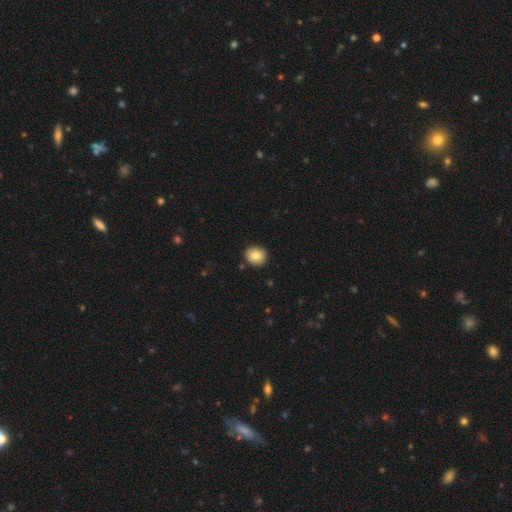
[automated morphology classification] Q: Smooth or featured?
A: smooth (80%); runner-up: featured or disk (12%)
Q: How rounded?
A: round (80%); runner-up: in between (19%)
Q: Merging?
A: none (87%); runner-up: minor disturbance (9%)